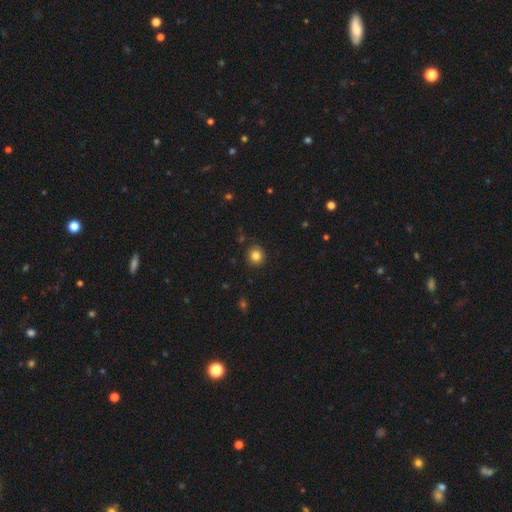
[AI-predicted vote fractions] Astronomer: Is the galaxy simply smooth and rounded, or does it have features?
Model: smooth — 82%.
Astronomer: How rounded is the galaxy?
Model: round — 91%.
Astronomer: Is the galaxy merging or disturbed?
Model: none — 88%.